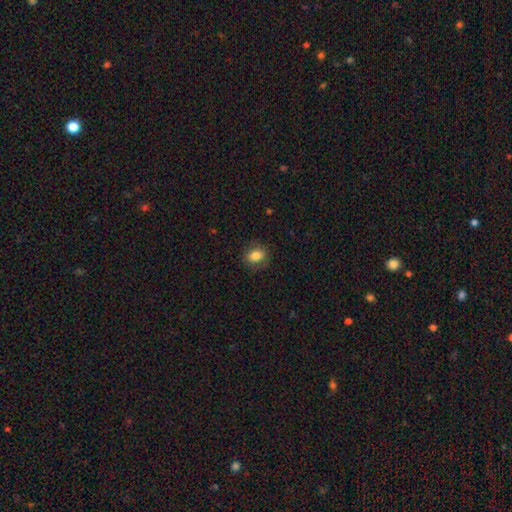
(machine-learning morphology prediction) Smooth or featured? Predicted: smooth (p=0.81). How rounded? Predicted: round (p=0.54). Merging? Predicted: none (p=0.84).